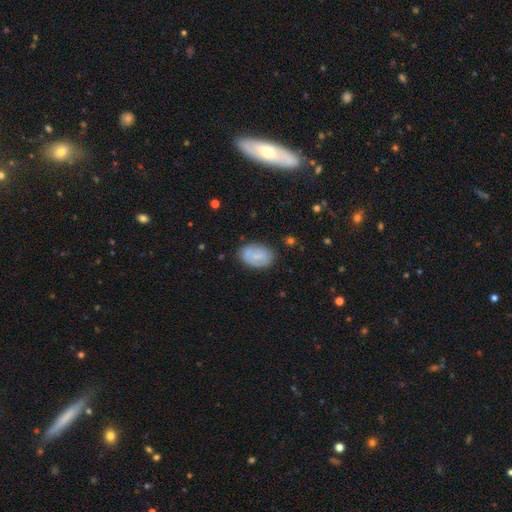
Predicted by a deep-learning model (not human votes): smooth-or-featured: smooth: 63% | featured or disk: 29% | star or artifact: 8%
  how-rounded: in between: 88% | round: 11% | cigar-shaped: 1%
  merging: none: 80% | minor disturbance: 15% | major disturbance: 4% | merger: 2%